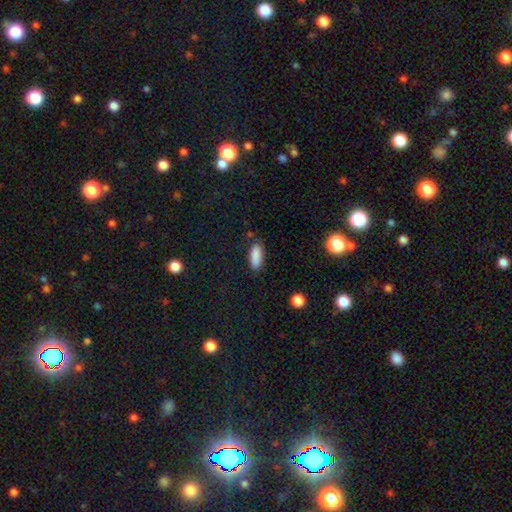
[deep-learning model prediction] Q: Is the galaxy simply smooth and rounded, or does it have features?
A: smooth — 88%.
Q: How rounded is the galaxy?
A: in between — 71%.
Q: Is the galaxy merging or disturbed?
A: none — 83%.